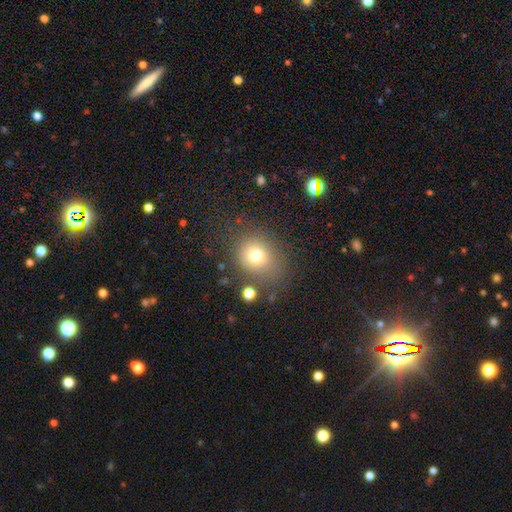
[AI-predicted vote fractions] This appears to be a smooth galaxy with no disk features (74%) that is round (73%). Merging: none (73%).